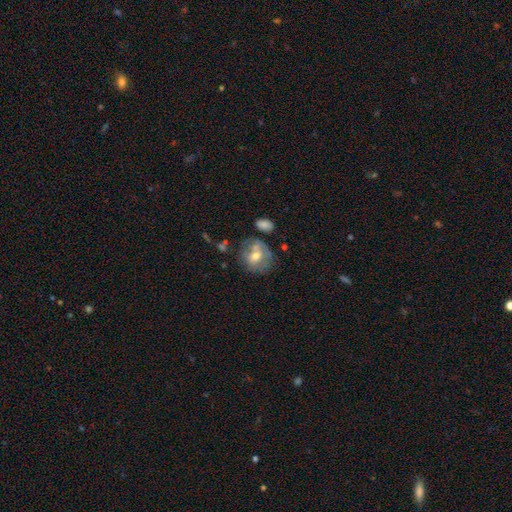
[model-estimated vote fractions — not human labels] smooth_or_featured: smooth (p=0.56) [alt: featured or disk p=0.36]
how_rounded: round (p=0.69) [alt: in between p=0.30]
merging: none (p=0.52) [alt: minor disturbance p=0.24]